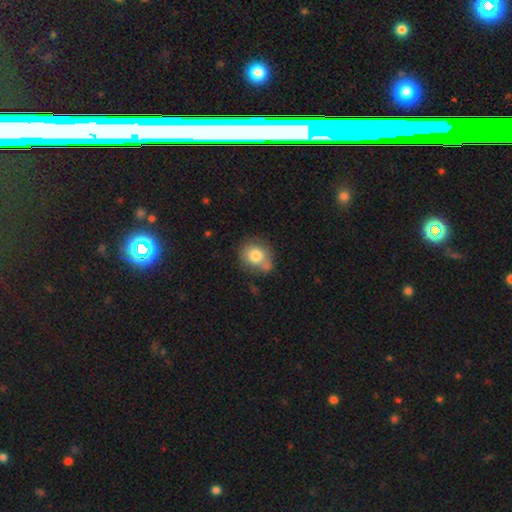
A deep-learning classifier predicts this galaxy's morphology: smooth-or-featured: smooth: 79% | featured or disk: 12% | star or artifact: 9%
  how-rounded: round: 73% | in between: 26% | cigar-shaped: 1%
  merging: none: 56% | minor disturbance: 24% | merger: 12% | major disturbance: 7%